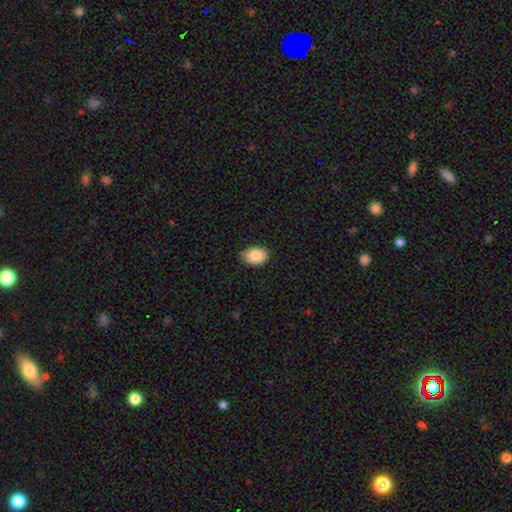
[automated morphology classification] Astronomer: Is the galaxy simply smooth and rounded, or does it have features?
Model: smooth — 86%.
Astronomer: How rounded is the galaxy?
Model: in between — 75%.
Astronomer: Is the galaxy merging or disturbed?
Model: none — 76%.